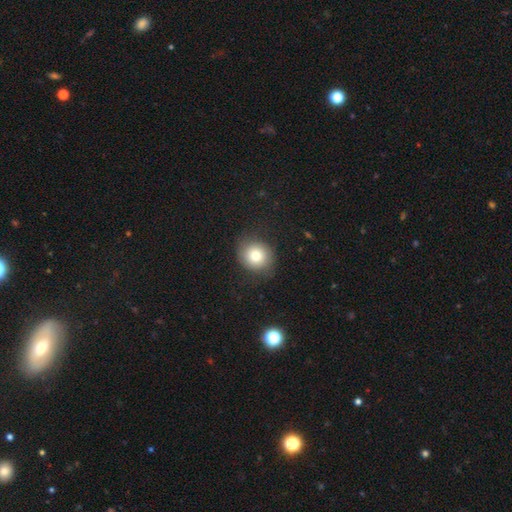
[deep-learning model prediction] This appears to be a smooth galaxy with no disk features (74%) that is round (81%). Merging: none (78%).